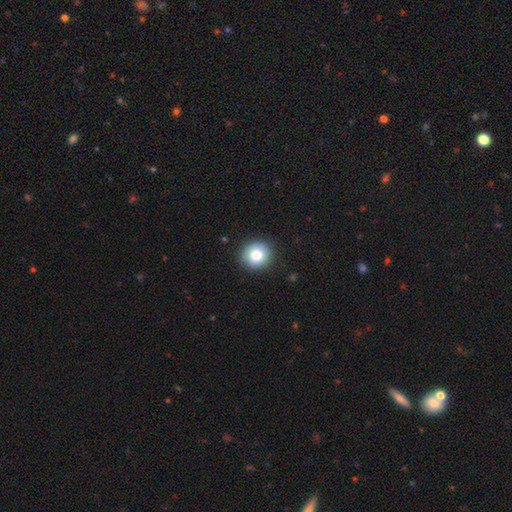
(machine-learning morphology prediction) This is clearly a smooth galaxy (83%). How rounded: clearly round (86%). Merging: clearly none (89%).